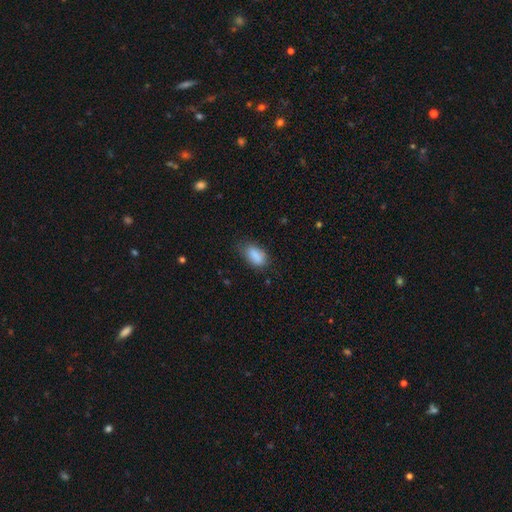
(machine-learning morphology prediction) smooth-or-featured: smooth: 87% | star or artifact: 8% | featured or disk: 5%
  how-rounded: in between: 90% | round: 5% | cigar-shaped: 4%
  merging: none: 66% | minor disturbance: 26% | major disturbance: 6% | merger: 2%